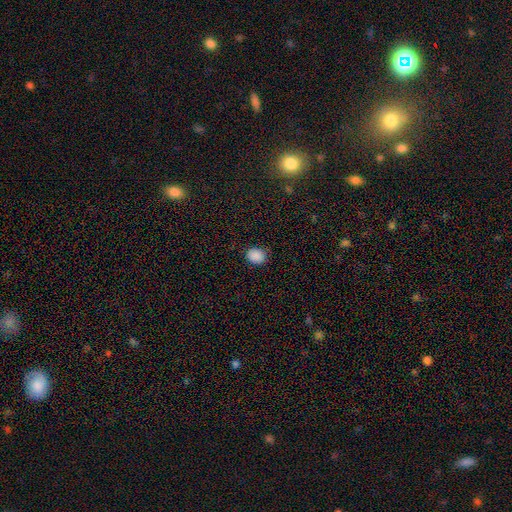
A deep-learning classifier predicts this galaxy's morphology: Smooth or featured?
  - smooth: 88% *
  - star or artifact: 9%
  - featured or disk: 3%
How rounded?
  - round: 51% *
  - in between: 48%
  - cigar-shaped: 1%
Merging?
  - none: 84% *
  - minor disturbance: 12%
  - major disturbance: 3%
  - merger: 1%